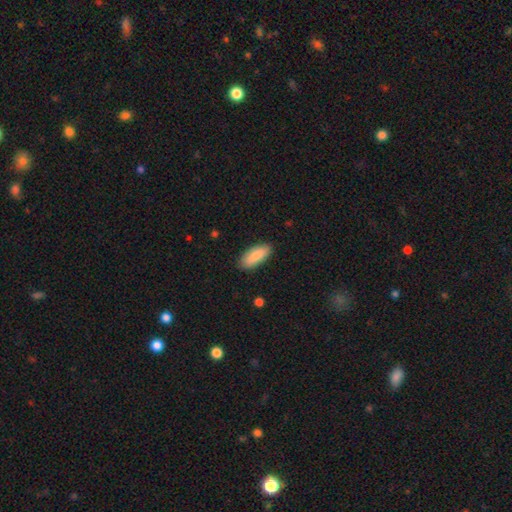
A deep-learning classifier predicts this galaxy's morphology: Q: Smooth or featured?
A: smooth (85%); runner-up: featured or disk (9%)
Q: How rounded?
A: in between (78%); runner-up: cigar-shaped (20%)
Q: Merging?
A: none (88%); runner-up: minor disturbance (9%)